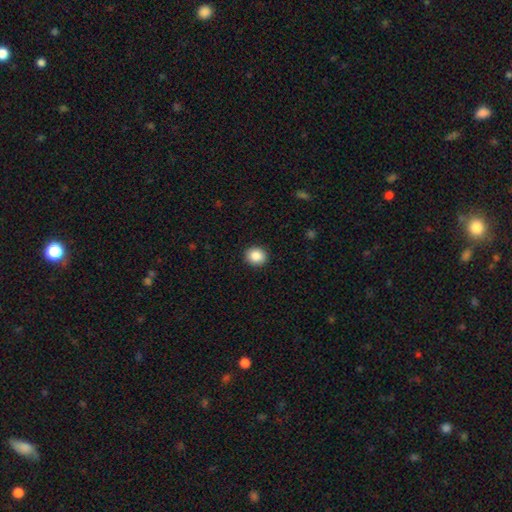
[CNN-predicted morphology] smooth_or_featured: smooth (p=0.88) [alt: star or artifact p=0.09]
how_rounded: round (p=0.80) [alt: in between p=0.19]
merging: none (p=0.92) [alt: minor disturbance p=0.06]